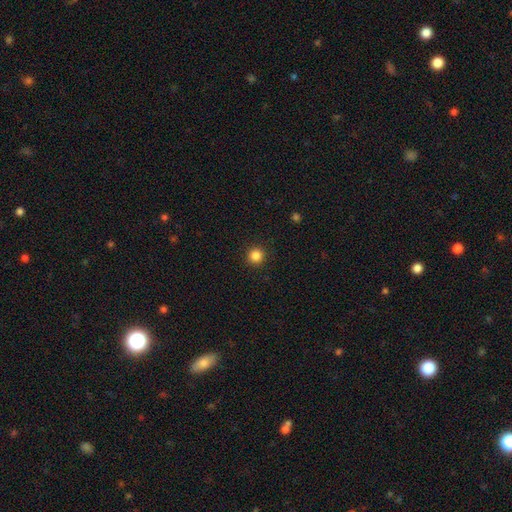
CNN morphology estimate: Smooth or featured?
  - smooth: 85% *
  - star or artifact: 12%
  - featured or disk: 3%
How rounded?
  - round: 95% *
  - in between: 4%
  - cigar-shaped: 1%
Merging?
  - none: 92% *
  - minor disturbance: 5%
  - major disturbance: 2%
  - merger: 1%